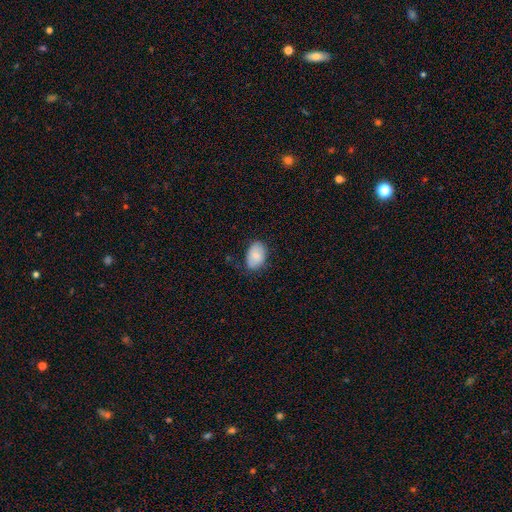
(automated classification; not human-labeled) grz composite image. It shows a smooth galaxy with no disk features (82%) that is in between round and cigar-shaped (85%). Merging: none (72%).